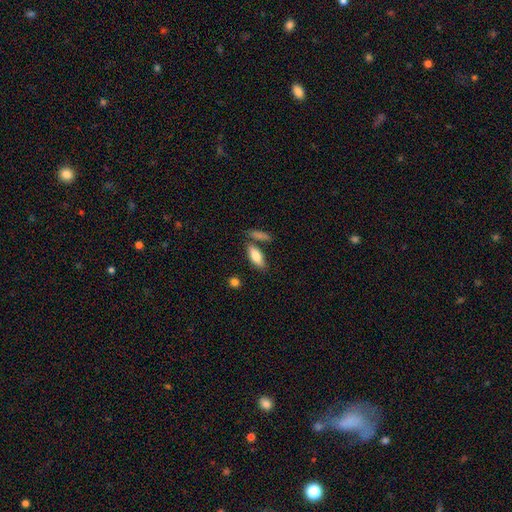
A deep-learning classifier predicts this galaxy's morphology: This appears to be a smooth galaxy with no disk features (81%) that is in between round and cigar-shaped (73%). Merging: none (68%).